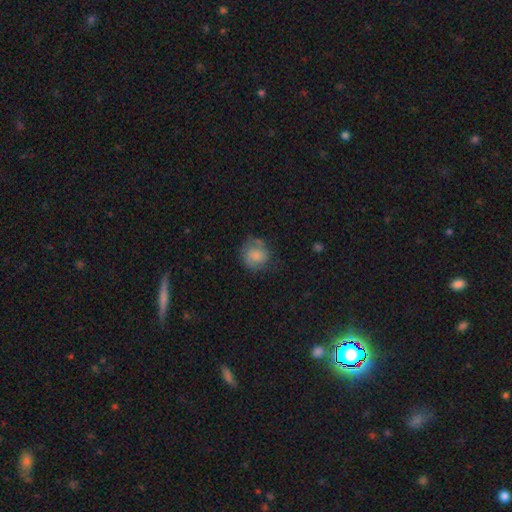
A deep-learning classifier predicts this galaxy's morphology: smooth 55%, featured or disk 36%, star or artifact 9%. Down the decision tree: how rounded — round (81%); merging — none (62%).